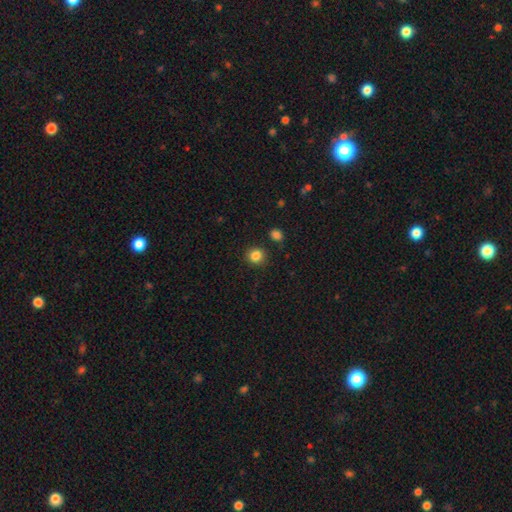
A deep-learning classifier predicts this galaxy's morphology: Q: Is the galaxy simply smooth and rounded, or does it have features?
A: smooth — 85%.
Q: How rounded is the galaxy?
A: round — 89%.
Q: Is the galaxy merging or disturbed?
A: none — 89%.